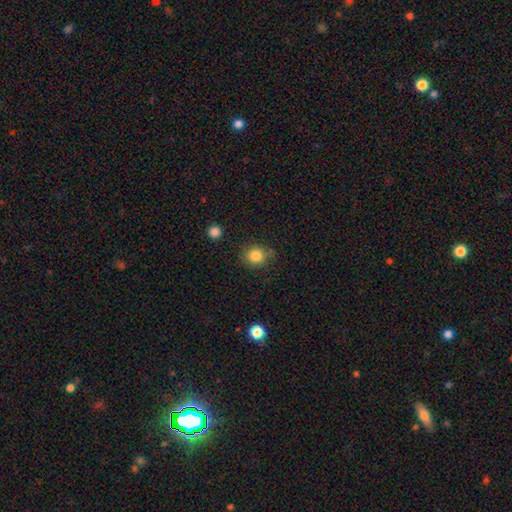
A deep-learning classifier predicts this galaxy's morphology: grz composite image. It shows a smooth galaxy with no disk features (84%) that is round (82%). Merging: none (77%).